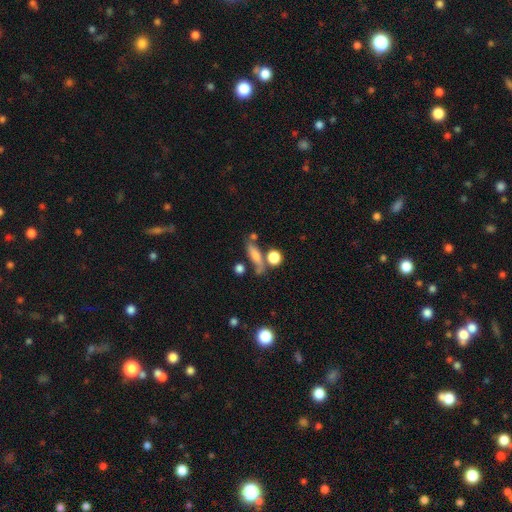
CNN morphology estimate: Smooth or featured? Predicted: smooth (p=0.64). How rounded? Predicted: cigar-shaped (p=0.44). Merging? Predicted: none (p=0.52).